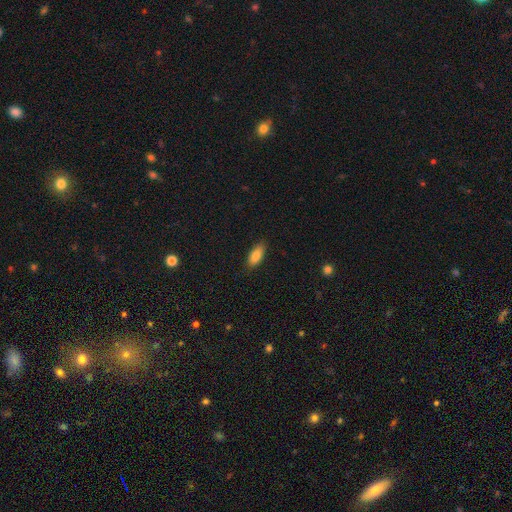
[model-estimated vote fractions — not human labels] Smooth or featured? Predicted: smooth (p=0.84). How rounded? Predicted: in between (p=0.85). Merging? Predicted: none (p=0.86).